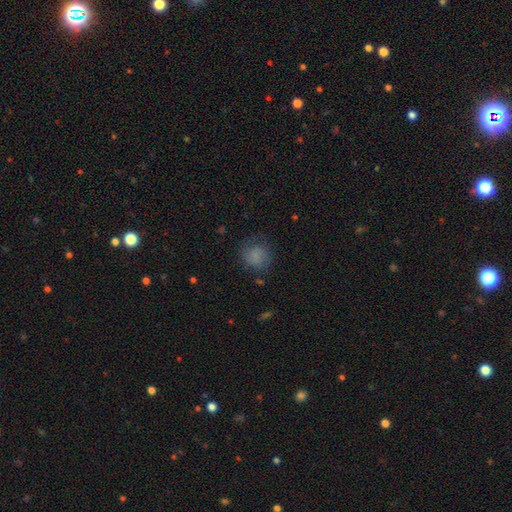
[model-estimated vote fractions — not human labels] This is likely a smooth galaxy (73%). How rounded: clearly round (84%). Merging: likely none (72%).